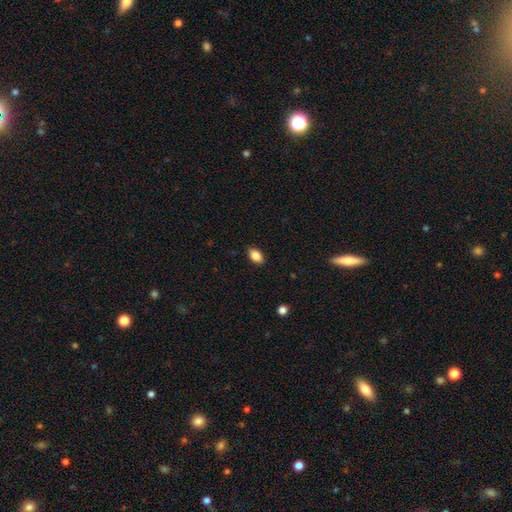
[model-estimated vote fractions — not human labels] A smooth galaxy with no disk features (87%) that is in between round and cigar-shaped (88%). Merging: none (88%).